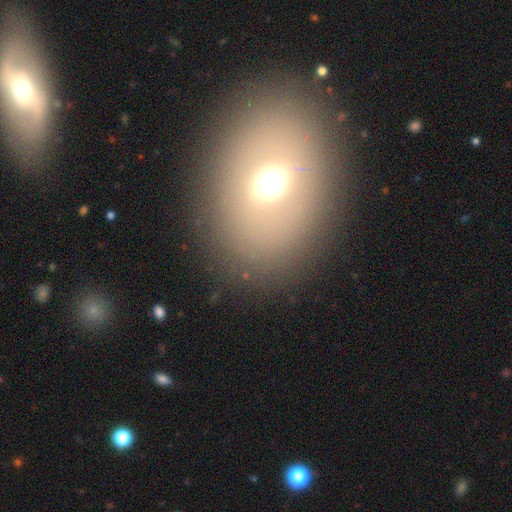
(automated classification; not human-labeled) Q: Smooth or featured?
A: smooth (52%); runner-up: featured or disk (25%)
Q: How rounded?
A: in between (54%); runner-up: round (44%)
Q: Merging?
A: none (82%); runner-up: minor disturbance (9%)